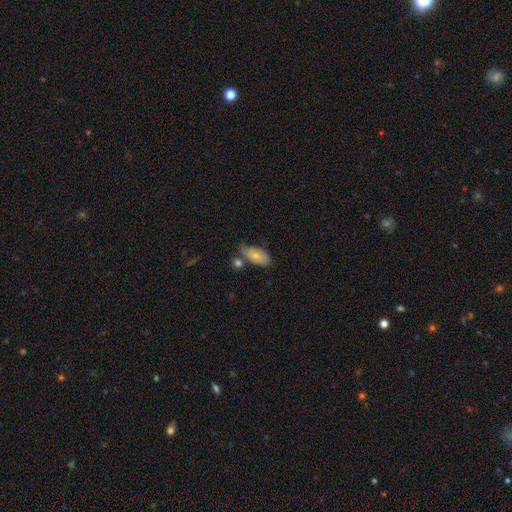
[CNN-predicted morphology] A smooth galaxy with no disk features (71%) that is in between round and cigar-shaped (91%).

Vote fractions:
- Smooth or featured? smooth: 71% / featured or disk: 23% / star or artifact: 7%
- How rounded? in between: 91% / cigar-shaped: 5% / round: 4%
- Merging? none: 50% / minor disturbance: 27% / merger: 15% / major disturbance: 8%